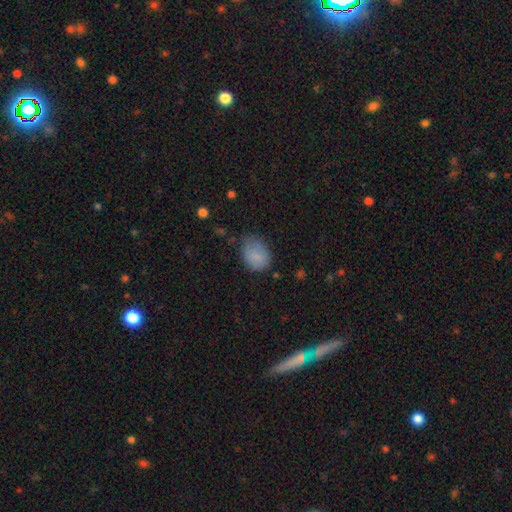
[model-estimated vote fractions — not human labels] smooth_or_featured: smooth (p=0.82) [alt: featured or disk p=0.10]
how_rounded: in between (p=0.66) [alt: round p=0.32]
merging: none (p=0.50) [alt: minor disturbance p=0.35]